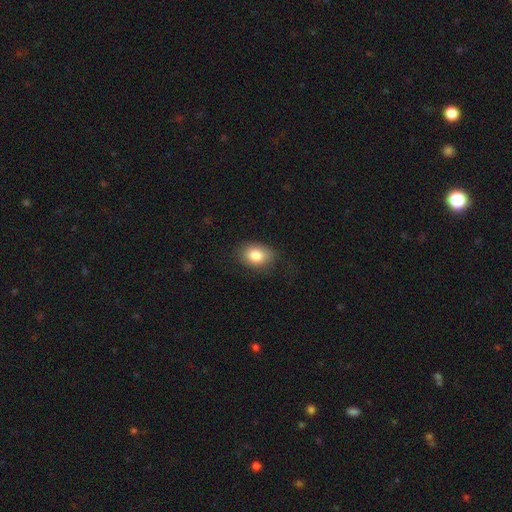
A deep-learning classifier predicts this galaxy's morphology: type=smooth (83%); roundness=in between (72%); merging=none (75%).